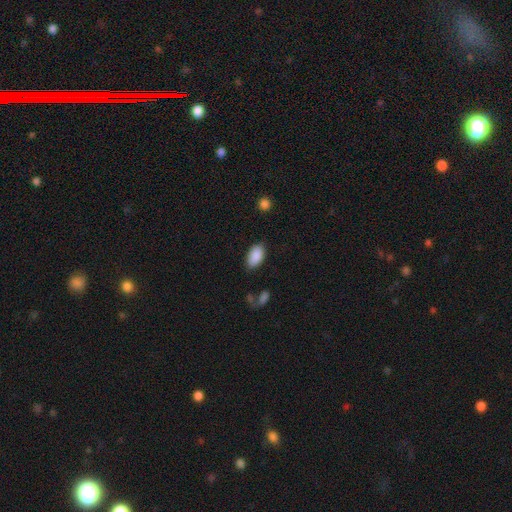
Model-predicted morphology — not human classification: Smooth or featured: smooth — 89% (star or artifact — 7%)
How rounded: in between — 94% (round — 4%)
Merging: none — 82% (minor disturbance — 13%)